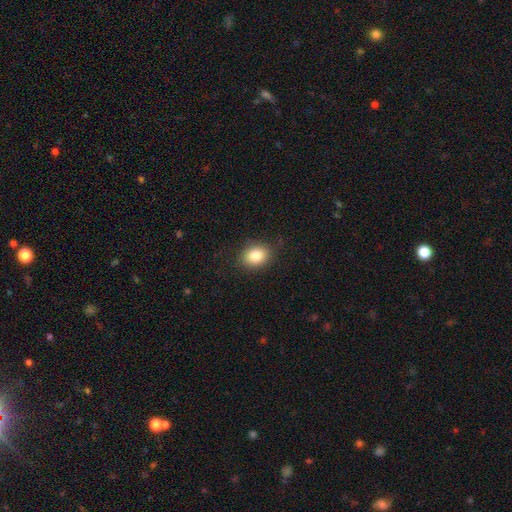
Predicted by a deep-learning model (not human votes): Smooth or featured: smooth — 83% (star or artifact — 10%)
How rounded: in between — 51% (round — 48%)
Merging: none — 86% (minor disturbance — 10%)